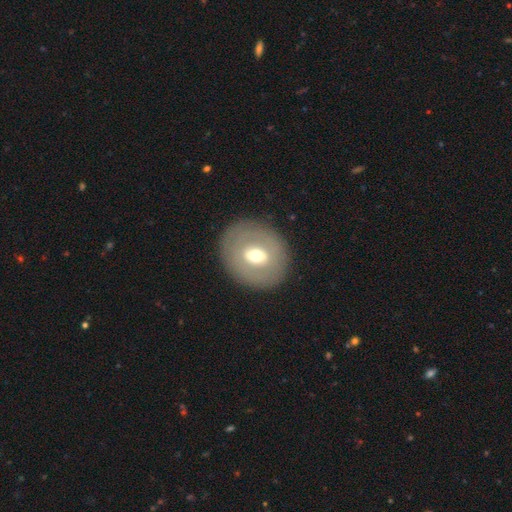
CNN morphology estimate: featured or disk 47%, smooth 46%, star or artifact 7%. Down the decision tree: merging — none (85%).